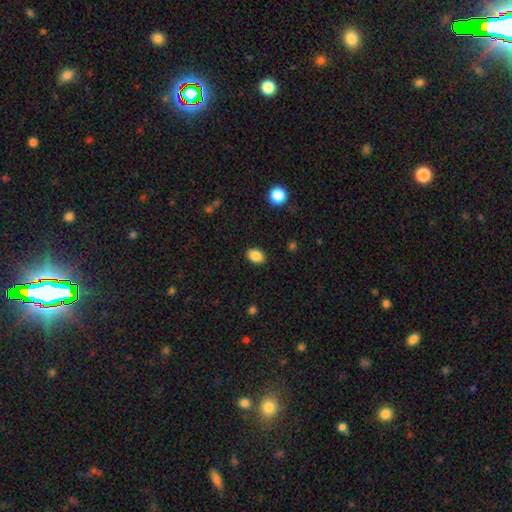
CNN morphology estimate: smooth-or-featured: smooth: 87% | star or artifact: 9% | featured or disk: 4%
  how-rounded: in between: 77% | round: 22% | cigar-shaped: 1%
  merging: none: 89% | minor disturbance: 8% | major disturbance: 2% | merger: 1%